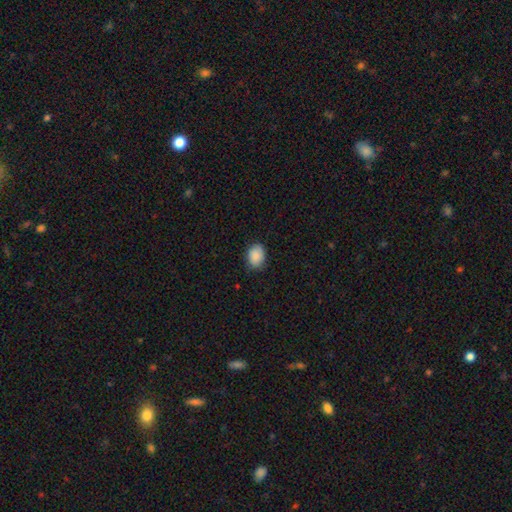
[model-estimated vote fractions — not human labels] Smooth or featured? Predicted: smooth (p=0.89). How rounded? Predicted: in between (p=0.68). Merging? Predicted: none (p=0.82).